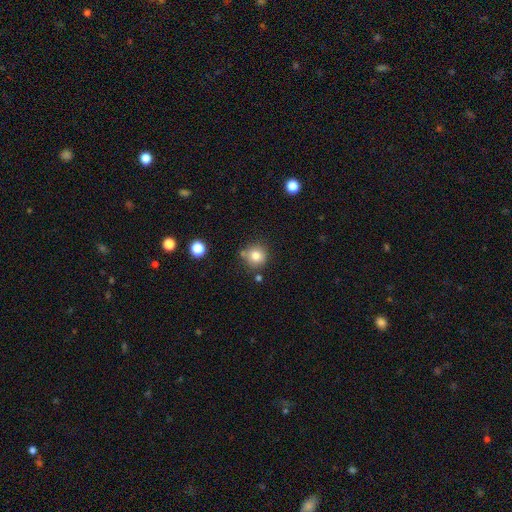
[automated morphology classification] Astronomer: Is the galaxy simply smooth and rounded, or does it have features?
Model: smooth — 79%.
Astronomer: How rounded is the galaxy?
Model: round — 92%.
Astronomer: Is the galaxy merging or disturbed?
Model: none — 74%.